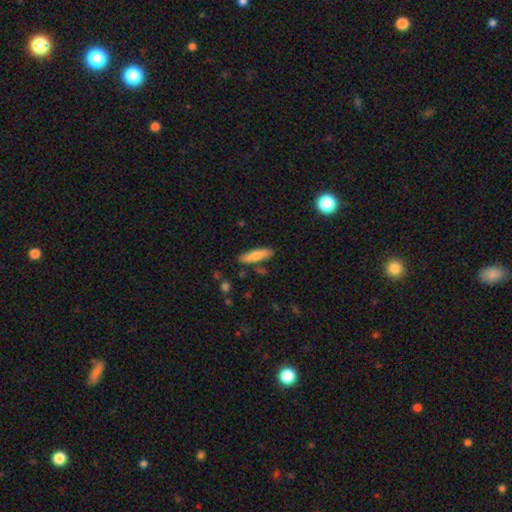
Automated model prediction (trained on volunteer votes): Smooth or featured? Predicted: smooth (p=0.73). How rounded? Predicted: cigar-shaped (p=0.66). Merging? Predicted: none (p=0.81).